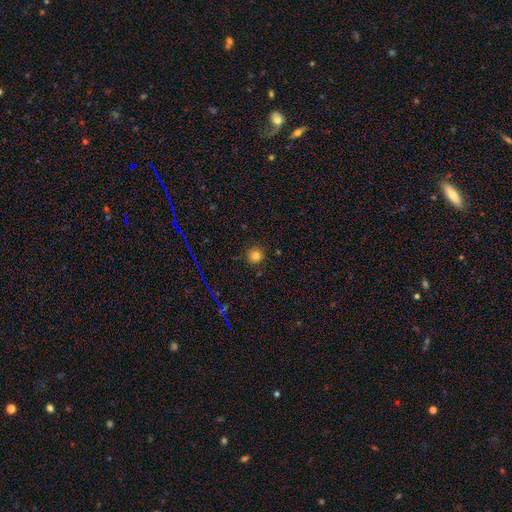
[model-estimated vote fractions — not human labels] The model was most divided on "smooth or featured": smooth: 77%, star or artifact: 16%, featured or disk: 7%. More confident: how rounded — round (93%); merging — none (87%).